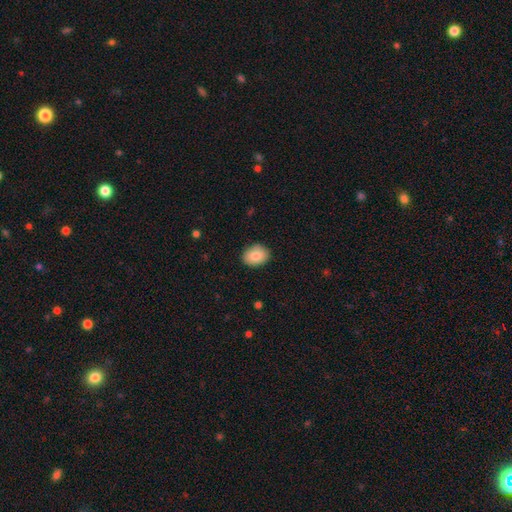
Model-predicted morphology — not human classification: Smooth or featured? smooth (84%)
How rounded? in between (63%)
Merging? none (89%)